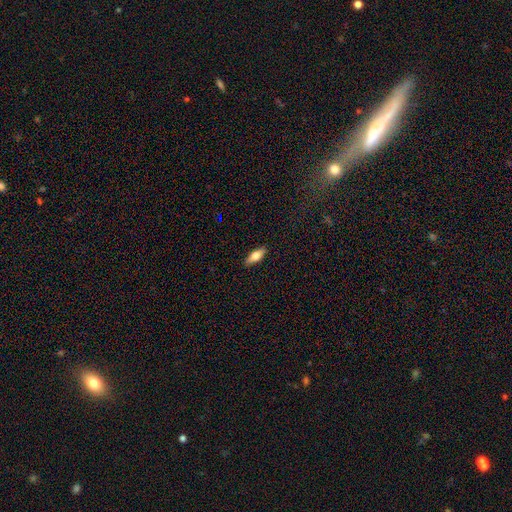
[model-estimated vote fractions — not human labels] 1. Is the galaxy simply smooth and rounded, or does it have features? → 64% smooth, 30% featured or disk, 6% star or artifact.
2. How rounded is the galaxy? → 66% in between, 32% cigar-shaped, 3% round.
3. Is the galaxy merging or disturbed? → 89% none, 8% minor disturbance, 2% major disturbance, 1% merger.